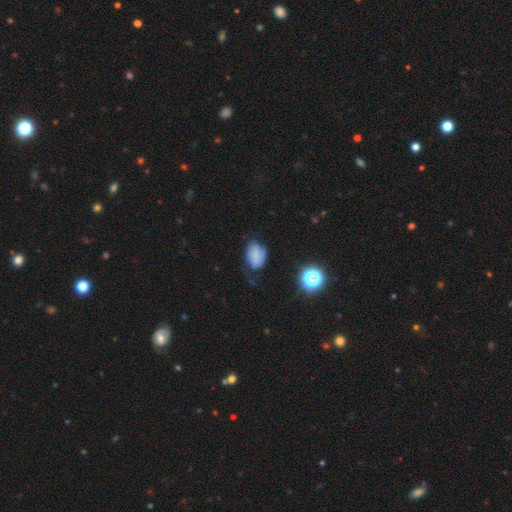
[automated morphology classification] Q: Smooth or featured?
A: smooth (66%); runner-up: featured or disk (20%)
Q: How rounded?
A: in between (81%); runner-up: round (18%)
Q: Merging?
A: none (44%); runner-up: minor disturbance (35%)